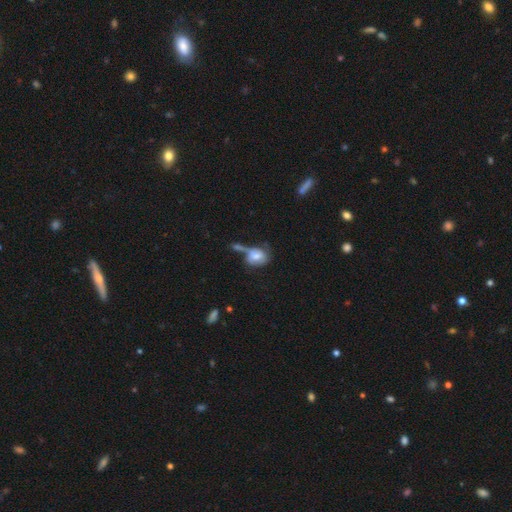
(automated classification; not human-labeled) smooth-or-featured: smooth: 59% | featured or disk: 32% | star or artifact: 9%
  how-rounded: in between: 56% | round: 42% | cigar-shaped: 2%
  merging: merger: 35% | none: 29% | minor disturbance: 18% | major disturbance: 18%